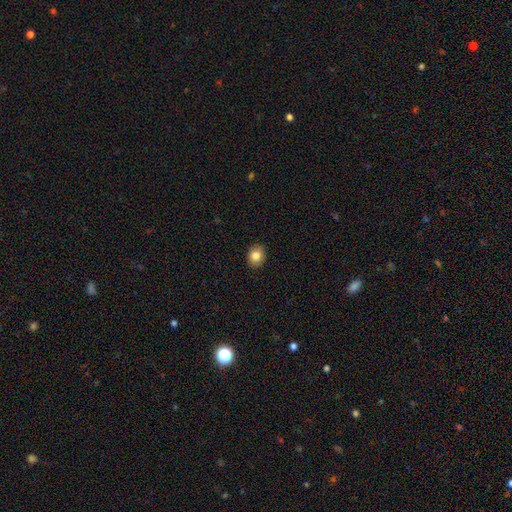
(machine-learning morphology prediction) smooth_or_featured: smooth (p=0.83) [alt: star or artifact p=0.09]
how_rounded: round (p=0.61) [alt: in between p=0.38]
merging: none (p=0.91) [alt: minor disturbance p=0.07]